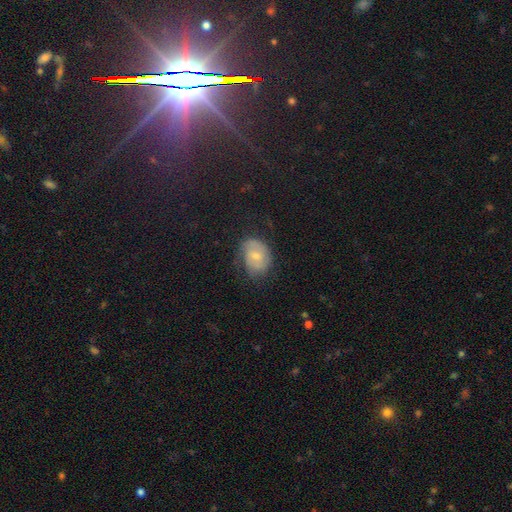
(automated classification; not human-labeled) Morphology: type=smooth (51%); roundness=in between (61%); merging=none (55%).